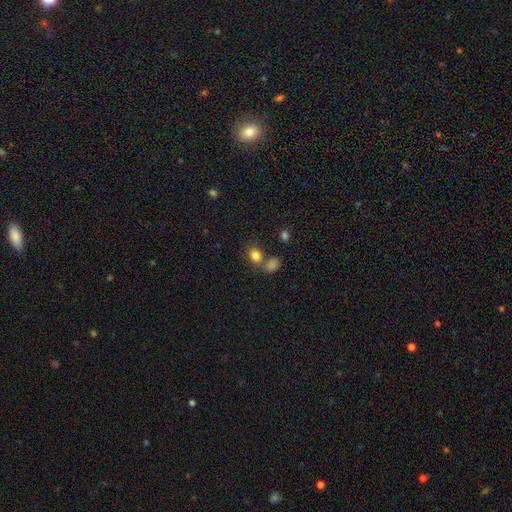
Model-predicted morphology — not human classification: A smooth galaxy with no disk features (81%) that is round (57%).

Vote fractions:
- Smooth or featured? smooth: 81% / star or artifact: 12% / featured or disk: 7%
- How rounded? round: 57% / in between: 42% / cigar-shaped: 1%
- Merging? none: 57% / merger: 28% / minor disturbance: 11% / major disturbance: 5%